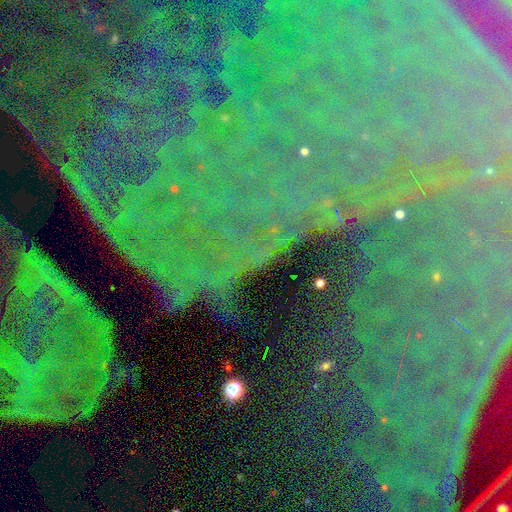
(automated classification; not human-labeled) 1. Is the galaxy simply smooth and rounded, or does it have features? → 81% star or artifact, 11% featured or disk, 9% smooth.